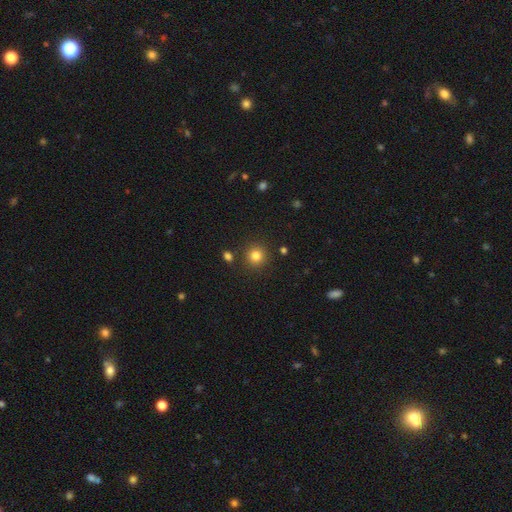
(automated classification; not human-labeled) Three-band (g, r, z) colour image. It shows a smooth galaxy with no disk features (82%) that is round (92%). Merging: none (87%).